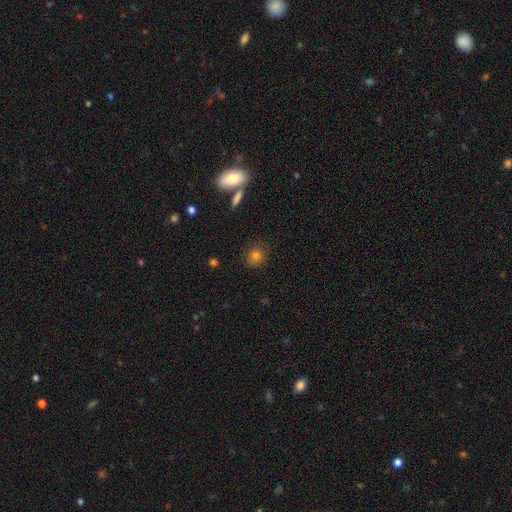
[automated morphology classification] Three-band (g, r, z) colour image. It shows a smooth galaxy with no disk features (80%) that is round (81%). Merging: none (83%).